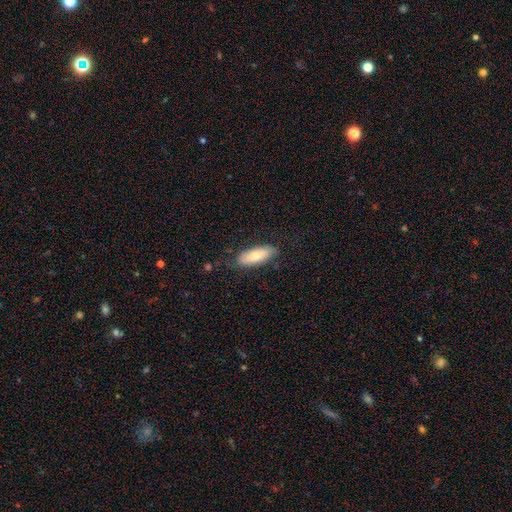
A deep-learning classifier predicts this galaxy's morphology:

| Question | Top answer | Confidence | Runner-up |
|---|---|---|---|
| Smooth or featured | smooth | 75% | featured or disk (19%) |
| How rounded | in between | 75% | cigar-shaped (23%) |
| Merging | none | 77% | minor disturbance (18%) |